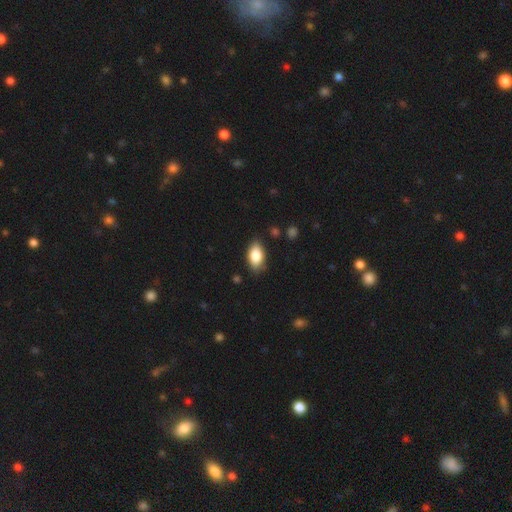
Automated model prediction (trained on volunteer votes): This is clearly a smooth galaxy (82%). How rounded: clearly in between (91%). Merging: clearly none (83%).